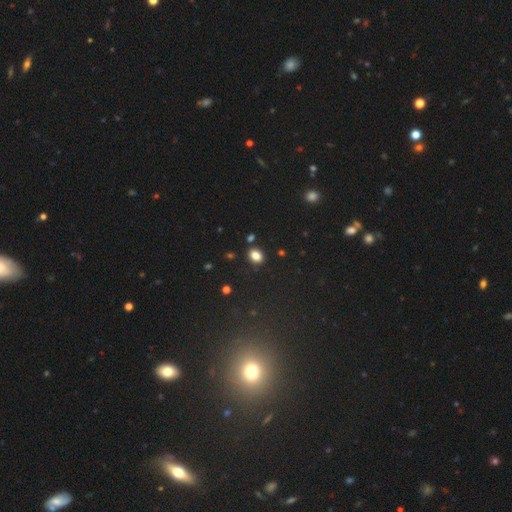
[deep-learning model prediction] This is clearly a smooth galaxy (83%). How rounded: likely in between (69%). Merging: clearly none (84%).